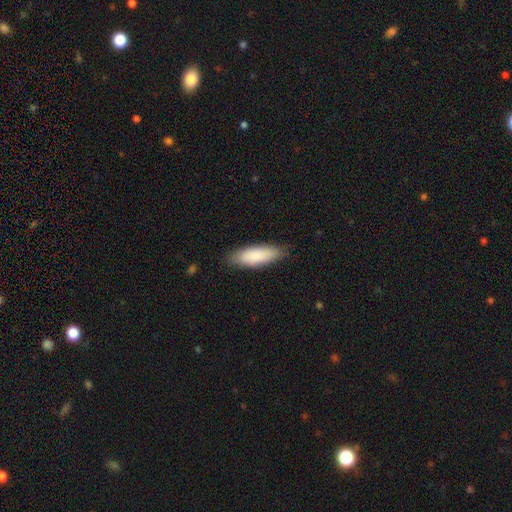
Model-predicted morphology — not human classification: Overall: smooth (85%). How rounded: in between (62%; cigar-shaped 37%). Merging: none (84%).